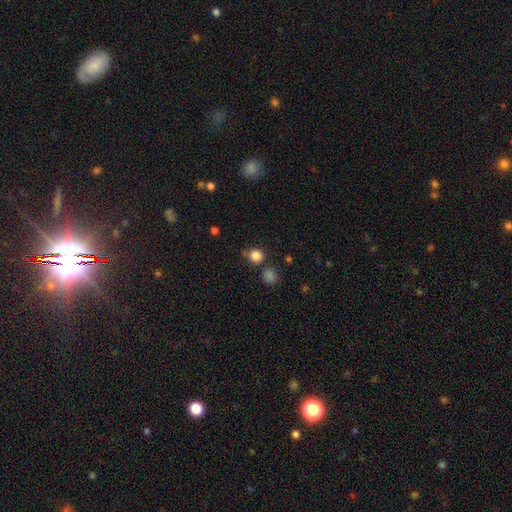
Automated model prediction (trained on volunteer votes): Overall: smooth (83%). How rounded: round (86%). Merging: none (70%).